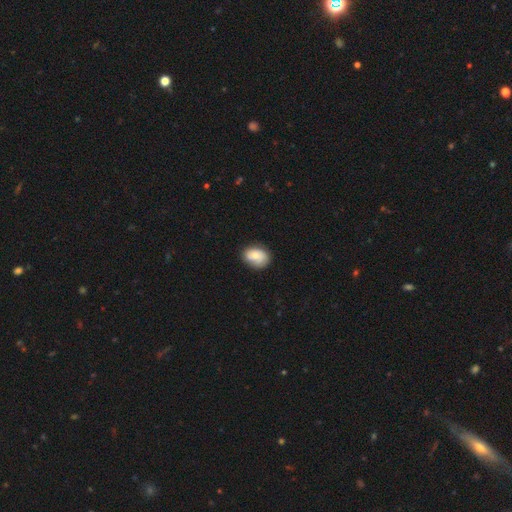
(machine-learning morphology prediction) type=smooth (67%); roundness=in between (69%); merging=none (69%).